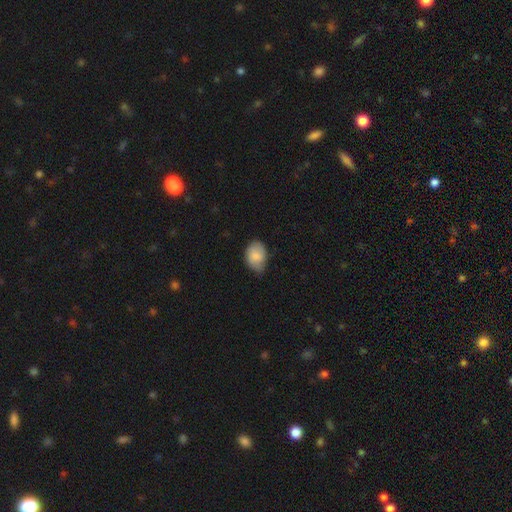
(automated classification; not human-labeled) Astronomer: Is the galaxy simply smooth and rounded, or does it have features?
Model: smooth — 81%.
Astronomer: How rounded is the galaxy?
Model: in between — 77%.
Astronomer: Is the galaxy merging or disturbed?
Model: none — 57% (runner-up: minor disturbance, 36%).